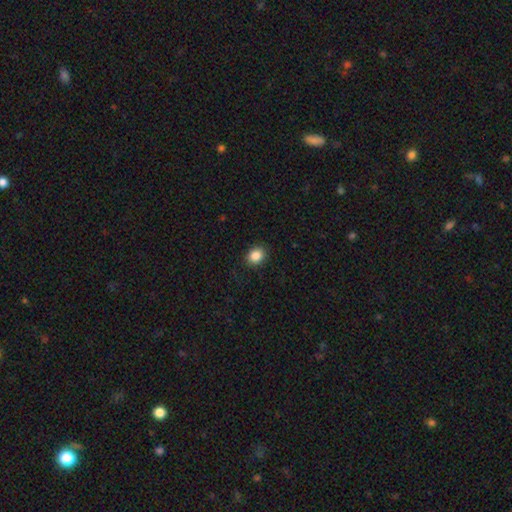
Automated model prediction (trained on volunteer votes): Smooth or featured? smooth (87%)
How rounded? round (56%)
Merging? none (89%)